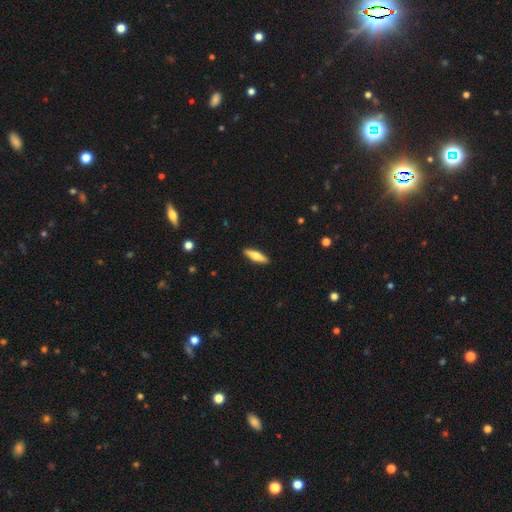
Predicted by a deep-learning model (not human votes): A smooth galaxy with no disk features (56%) that is cigar-shaped (72%). Merging: none (91%).